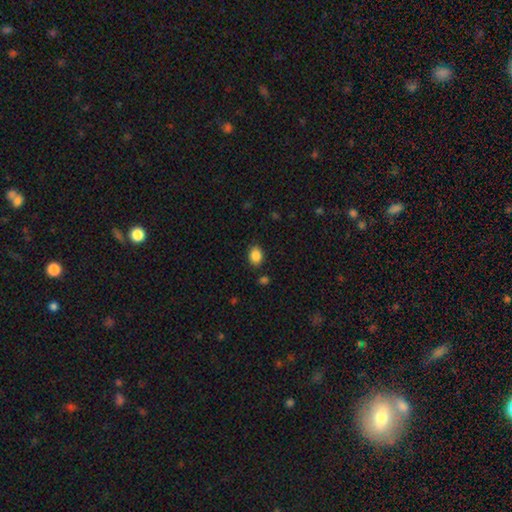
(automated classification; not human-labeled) A smooth galaxy with no disk features (87%) that is in between round and cigar-shaped (64%).

Vote fractions:
- Smooth or featured? smooth: 87% / star or artifact: 9% / featured or disk: 4%
- How rounded? in between: 64% / round: 35% / cigar-shaped: 1%
- Merging? none: 85% / minor disturbance: 10% / merger: 3% / major disturbance: 3%